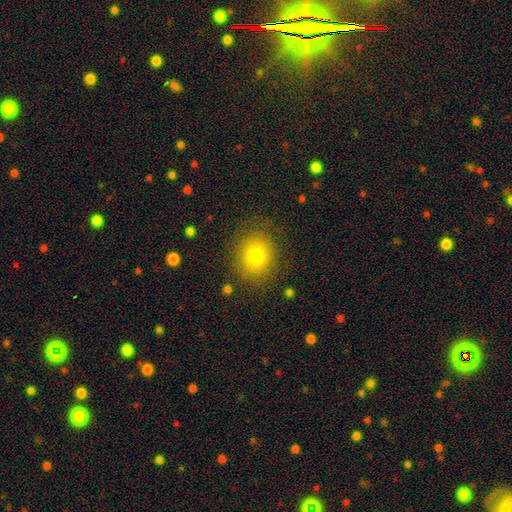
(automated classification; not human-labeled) Smooth or featured: smooth — 77% (star or artifact — 13%)
How rounded: round — 80% (in between — 19%)
Merging: none — 85% (minor disturbance — 10%)